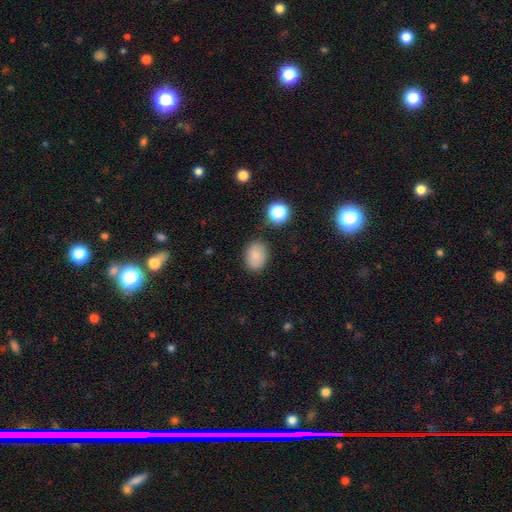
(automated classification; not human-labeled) Q: Smooth or featured?
A: smooth (81%); runner-up: star or artifact (10%)
Q: How rounded?
A: in between (71%); runner-up: round (28%)
Q: Merging?
A: none (80%); runner-up: minor disturbance (13%)